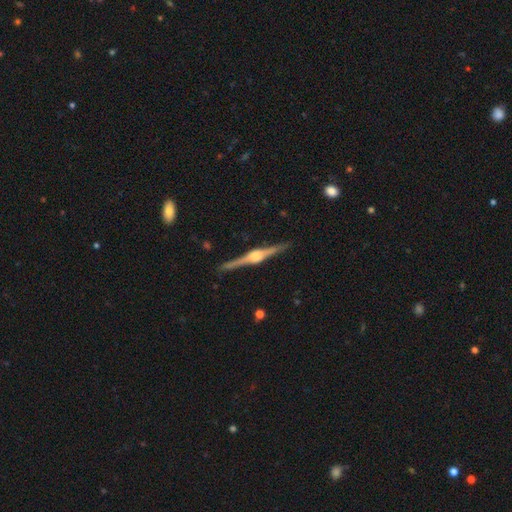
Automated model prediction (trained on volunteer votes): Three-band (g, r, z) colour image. It shows a featured or disk galaxy (88%) viewed edge-on (98%) with a rounded central bulge (87%). Merging: none (90%).